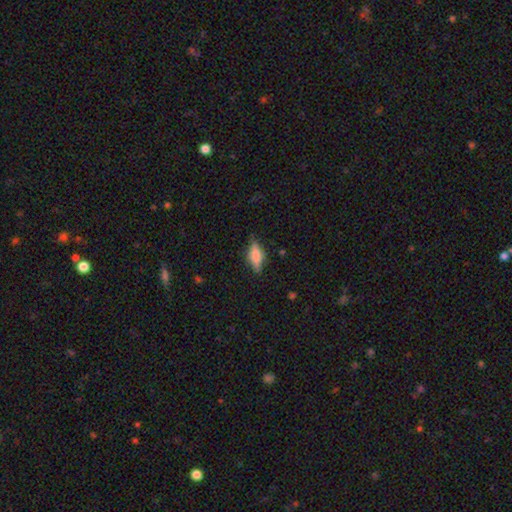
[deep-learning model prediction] smooth 52%, featured or disk 40%, star or artifact 8%. Down the decision tree: how rounded — in between (60%); merging — none (80%).